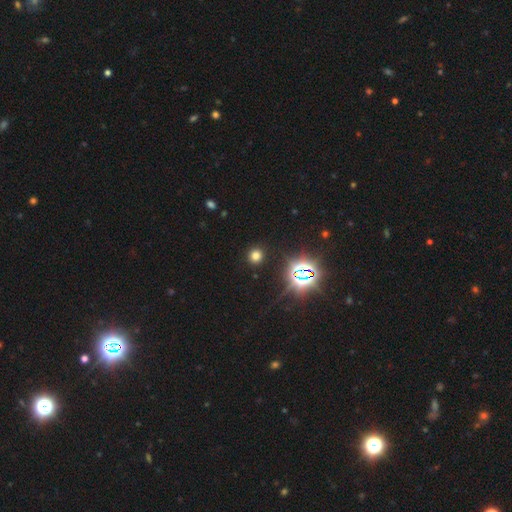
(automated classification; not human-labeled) A smooth galaxy with no disk features (67%) that is round (89%).

Vote fractions:
- Smooth or featured? smooth: 67% / star or artifact: 27% / featured or disk: 6%
- How rounded? round: 89% / in between: 10% / cigar-shaped: 1%
- Merging? none: 91% / minor disturbance: 5% / major disturbance: 3% / merger: 2%